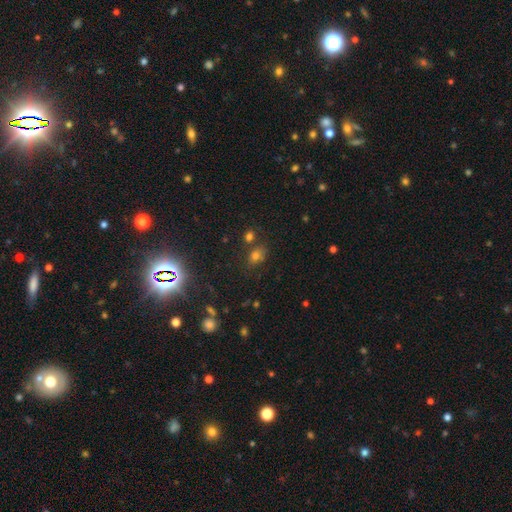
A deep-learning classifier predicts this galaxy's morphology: smooth-or-featured: smooth: 56% | star or artifact: 35% | featured or disk: 9%
  how-rounded: in between: 59% | round: 39% | cigar-shaped: 2%
  merging: none: 74% | minor disturbance: 12% | merger: 9% | major disturbance: 4%